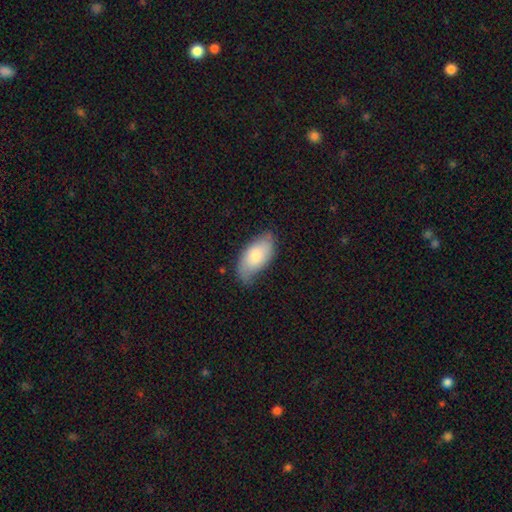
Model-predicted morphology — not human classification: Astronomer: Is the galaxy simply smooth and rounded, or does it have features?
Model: smooth — 73%.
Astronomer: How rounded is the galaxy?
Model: in between — 94%.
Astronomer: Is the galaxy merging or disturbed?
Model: none — 63%.